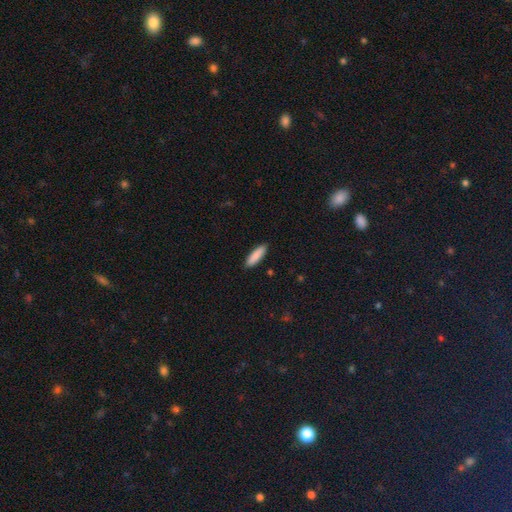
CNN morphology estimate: Smooth or featured? smooth (88%)
How rounded? cigar-shaped (57%)
Merging? none (89%)